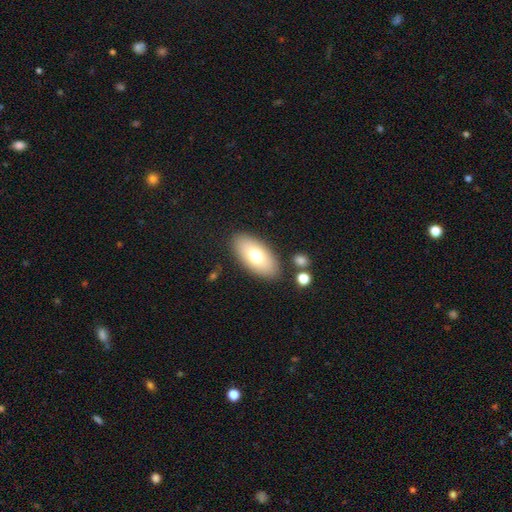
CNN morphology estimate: A smooth galaxy with no disk features (71%) that is in between round and cigar-shaped (92%).

Vote fractions:
- Smooth or featured? smooth: 71% / featured or disk: 22% / star or artifact: 7%
- How rounded? in between: 92% / cigar-shaped: 4% / round: 4%
- Merging? none: 86% / minor disturbance: 9% / major disturbance: 3% / merger: 3%